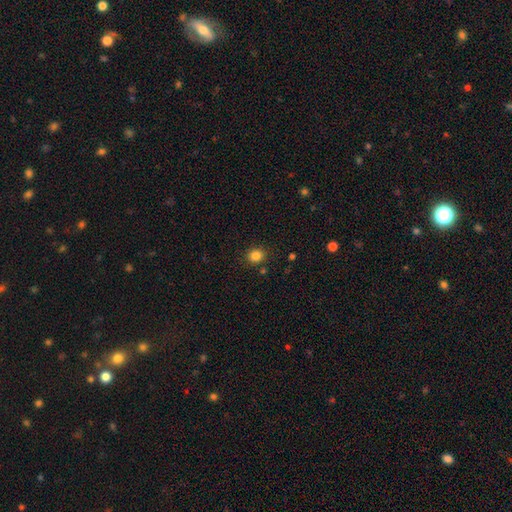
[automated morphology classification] Smooth or featured: smooth — 83% (star or artifact — 12%)
How rounded: round — 76% (in between — 23%)
Merging: none — 86% (minor disturbance — 8%)